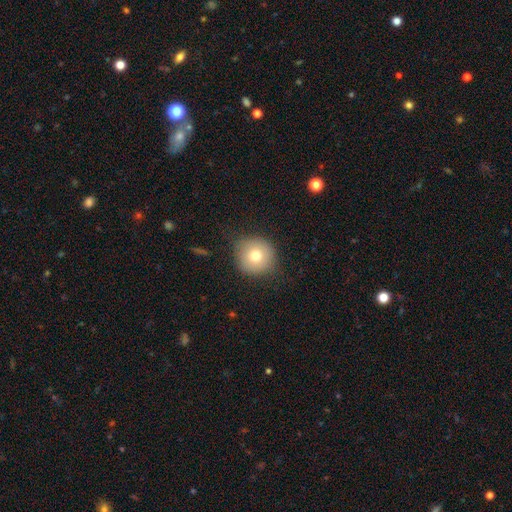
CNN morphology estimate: type=smooth (74%); roundness=round (93%); merging=none (80%).